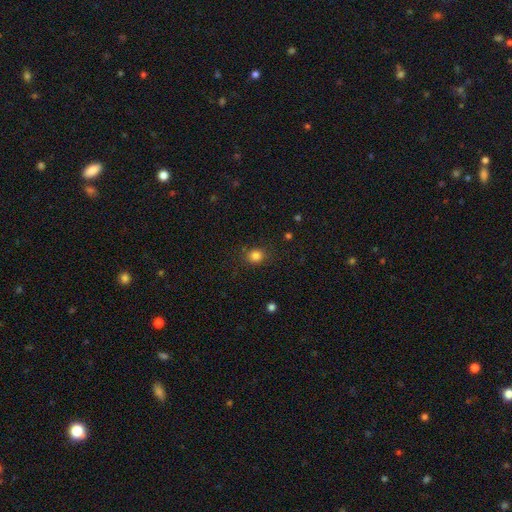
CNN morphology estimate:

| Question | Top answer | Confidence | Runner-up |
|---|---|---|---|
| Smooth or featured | smooth | 83% | star or artifact (12%) |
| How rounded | round | 79% | in between (20%) |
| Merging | none | 84% | minor disturbance (11%) |